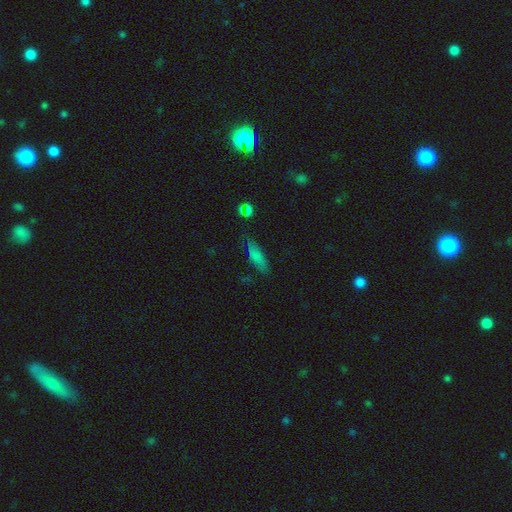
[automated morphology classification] This is likely a smooth galaxy (76%). How rounded: possibly in between (50%). Merging: likely none (70%).